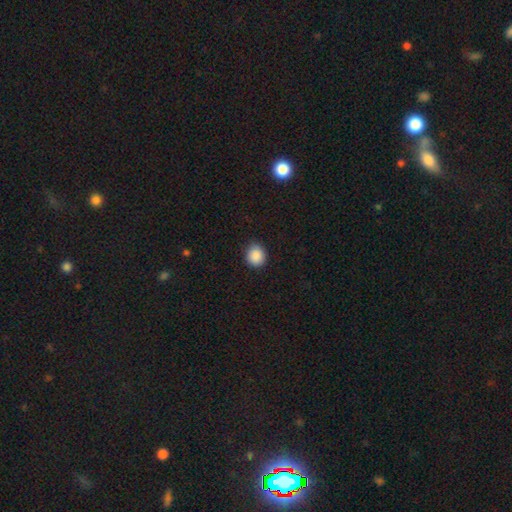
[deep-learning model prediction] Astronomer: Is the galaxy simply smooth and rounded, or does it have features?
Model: smooth — 89%.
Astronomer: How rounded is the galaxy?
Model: round — 78%.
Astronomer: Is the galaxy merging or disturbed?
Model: none — 87%.